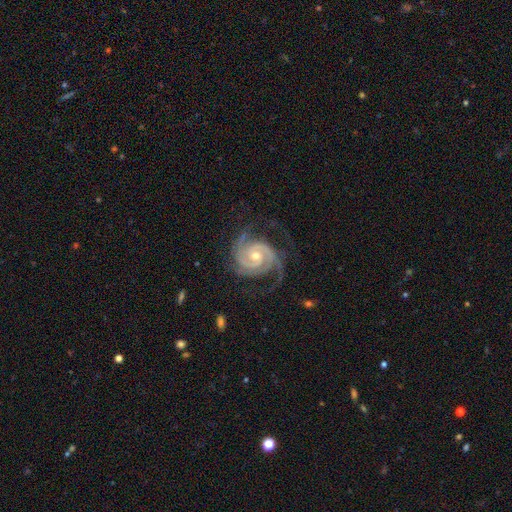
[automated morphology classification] Overall: featured or disk (94%). Edge-on disk: no (98%). Bar: no (63%; weak 28%). Spiral arms: yes (99%). Spiral arm count: 3 (42%; 2 35%). Spiral winding: tight (64%; medium 32%). Bulge size: moderate (52%; small 45%). Merging: none (72%).